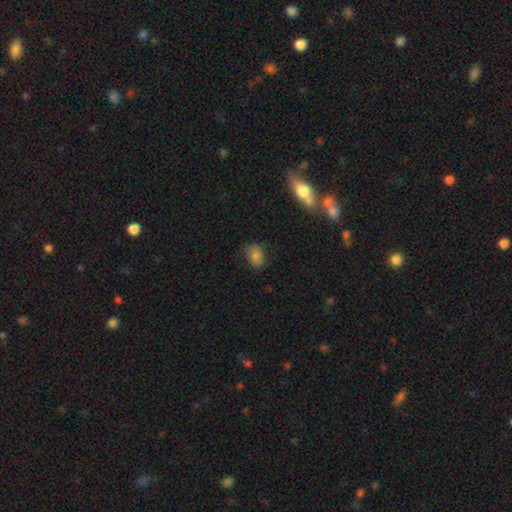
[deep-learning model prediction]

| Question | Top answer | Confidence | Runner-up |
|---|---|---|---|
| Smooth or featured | smooth | 80% | star or artifact (11%) |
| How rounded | in between | 68% | round (31%) |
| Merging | none | 71% | minor disturbance (22%) |